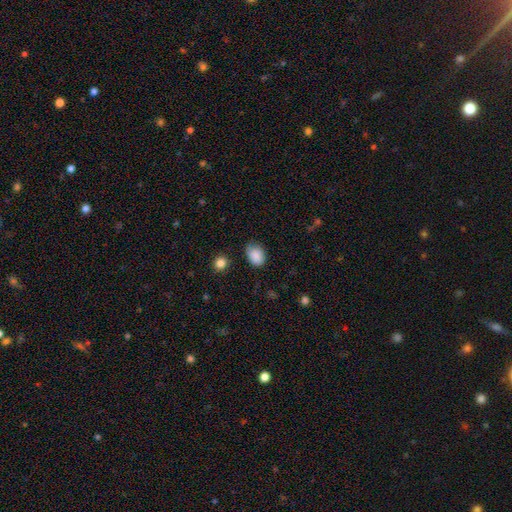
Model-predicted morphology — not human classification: Smooth or featured? Predicted: smooth (p=0.87). How rounded? Predicted: in between (p=0.71). Merging? Predicted: none (p=0.66).